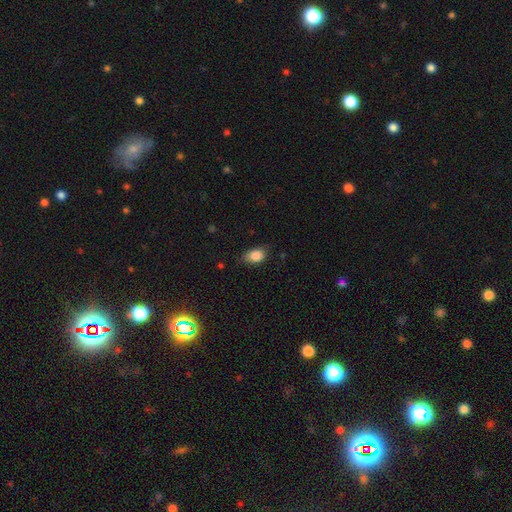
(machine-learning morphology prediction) The model was most divided on "merging": none: 67%, minor disturbance: 27%, major disturbance: 5%, merger: 1%. More confident: smooth or featured — smooth (85%); how rounded — in between (83%).